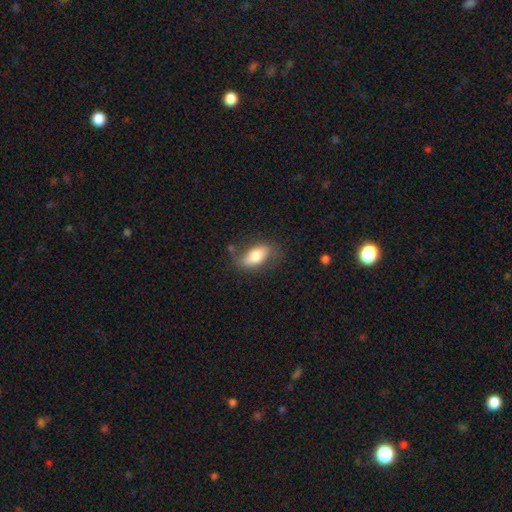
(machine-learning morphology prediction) Smooth or featured?
  - smooth: 70% *
  - featured or disk: 23%
  - star or artifact: 7%
How rounded?
  - in between: 87% *
  - cigar-shaped: 7%
  - round: 6%
Merging?
  - none: 68% *
  - minor disturbance: 21%
  - major disturbance: 7%
  - merger: 4%